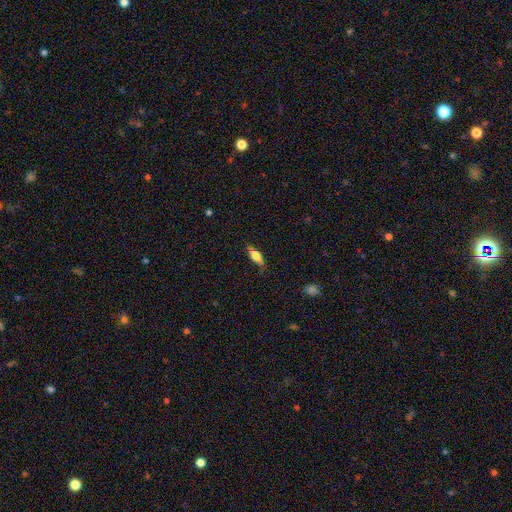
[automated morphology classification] This is likely a smooth galaxy (66%). How rounded: possibly in between (59%). Merging: likely none (79%).